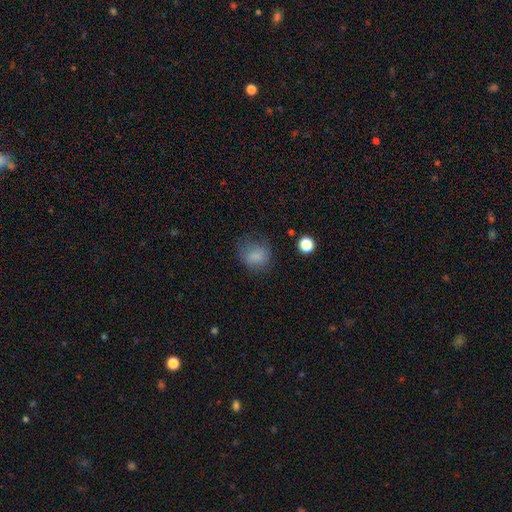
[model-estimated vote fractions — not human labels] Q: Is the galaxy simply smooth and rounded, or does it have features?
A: smooth — 79%.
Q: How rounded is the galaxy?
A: round — 63%.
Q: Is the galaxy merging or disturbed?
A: none — 58%.